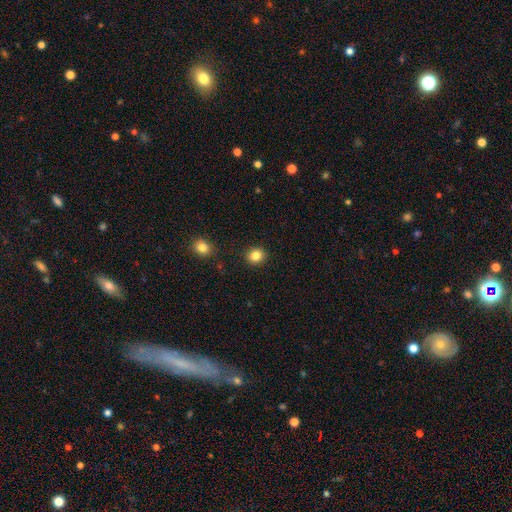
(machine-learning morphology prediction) Overall: smooth (84%). How rounded: round (80%). Merging: none (91%).